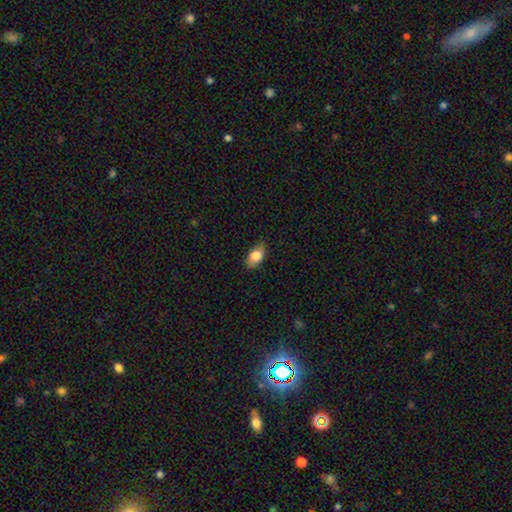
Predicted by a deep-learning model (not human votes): Smooth or featured?
  - smooth: 80% *
  - featured or disk: 13%
  - star or artifact: 7%
How rounded?
  - in between: 90% *
  - round: 7%
  - cigar-shaped: 4%
Merging?
  - none: 82% *
  - minor disturbance: 15%
  - major disturbance: 3%
  - merger: 1%